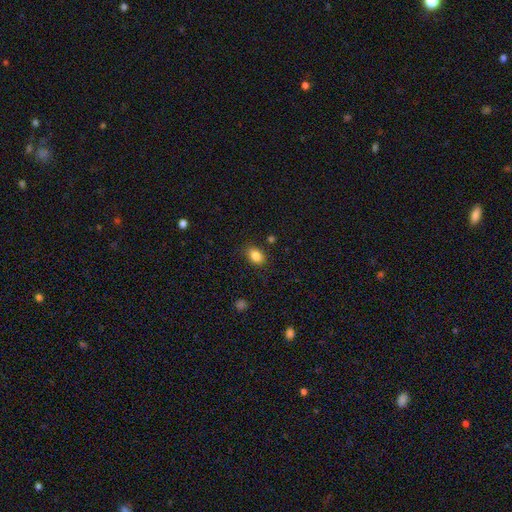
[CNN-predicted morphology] A smooth galaxy with no disk features (85%) that is in between round and cigar-shaped (75%). Merging: none (83%).